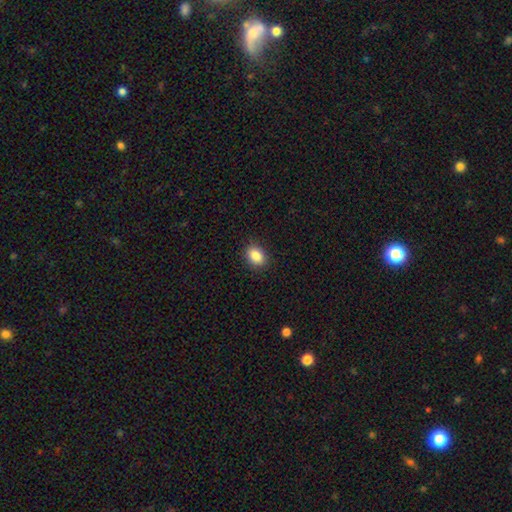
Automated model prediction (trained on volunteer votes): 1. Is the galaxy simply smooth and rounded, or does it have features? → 87% smooth, 9% star or artifact, 5% featured or disk.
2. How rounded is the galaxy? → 70% in between, 29% round, 1% cigar-shaped.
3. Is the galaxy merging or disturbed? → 89% none, 8% minor disturbance, 2% major disturbance, 1% merger.